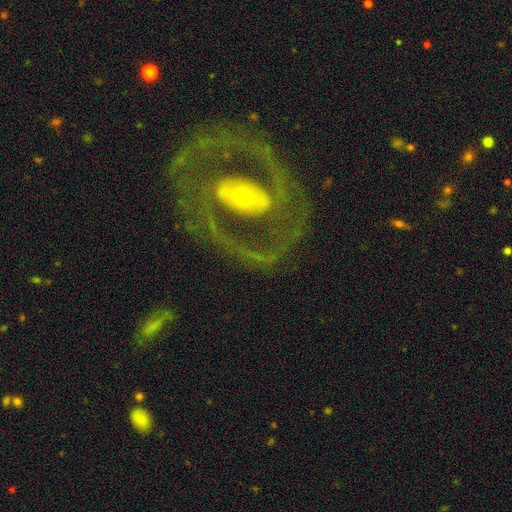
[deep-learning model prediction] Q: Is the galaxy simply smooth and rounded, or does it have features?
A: featured or disk — 84%.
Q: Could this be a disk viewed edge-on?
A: no — 95%.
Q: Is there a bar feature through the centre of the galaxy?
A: no — 42%.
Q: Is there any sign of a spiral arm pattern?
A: yes — 66%.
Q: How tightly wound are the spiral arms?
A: tight — 44%.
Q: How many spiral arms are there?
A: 2 — 77%.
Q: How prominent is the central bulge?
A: moderate — 47%.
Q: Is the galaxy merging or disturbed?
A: none — 76%.